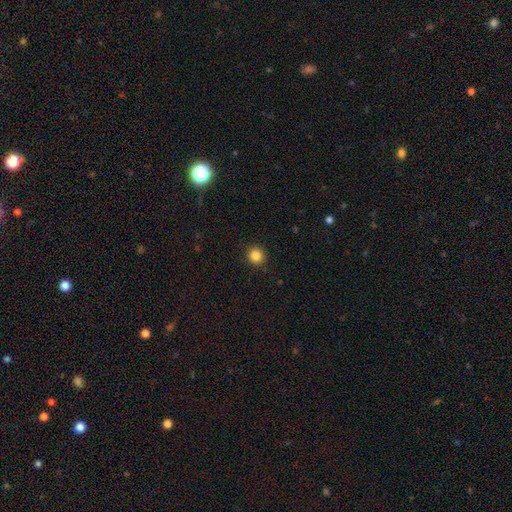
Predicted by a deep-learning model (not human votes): smooth 85%, star or artifact 11%, featured or disk 4%. Down the decision tree: how rounded — round (93%); merging — none (91%).